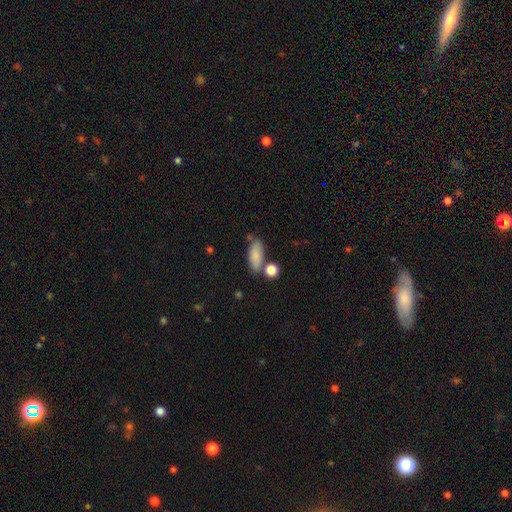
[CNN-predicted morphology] Smooth or featured? smooth (83%)
How rounded? in between (78%)
Merging? none (66%)